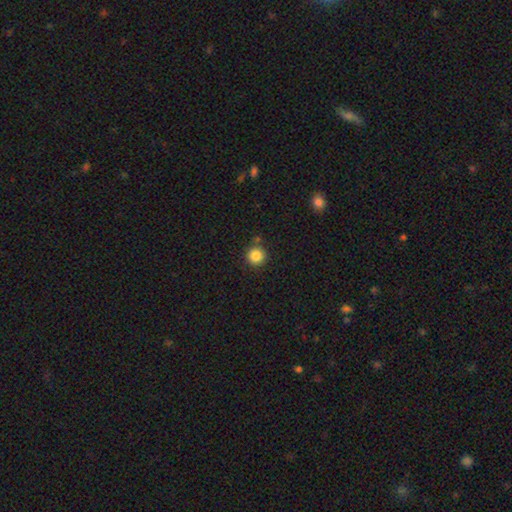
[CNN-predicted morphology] Q: Smooth or featured?
A: smooth (85%); runner-up: star or artifact (11%)
Q: How rounded?
A: round (95%); runner-up: in between (4%)
Q: Merging?
A: none (84%); runner-up: minor disturbance (8%)